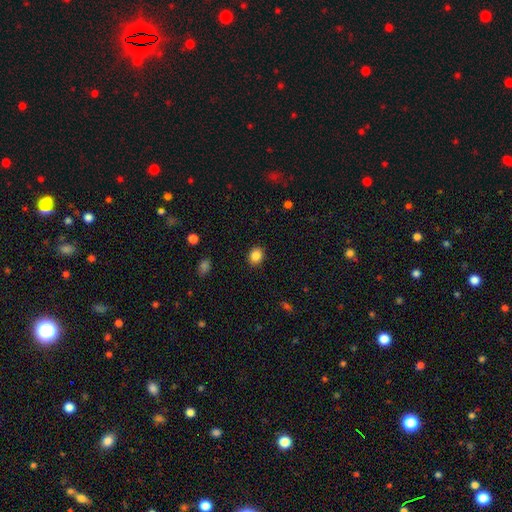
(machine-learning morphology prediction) Q: Smooth or featured?
A: smooth (86%); runner-up: star or artifact (10%)
Q: How rounded?
A: round (58%); runner-up: in between (41%)
Q: Merging?
A: none (89%); runner-up: minor disturbance (8%)